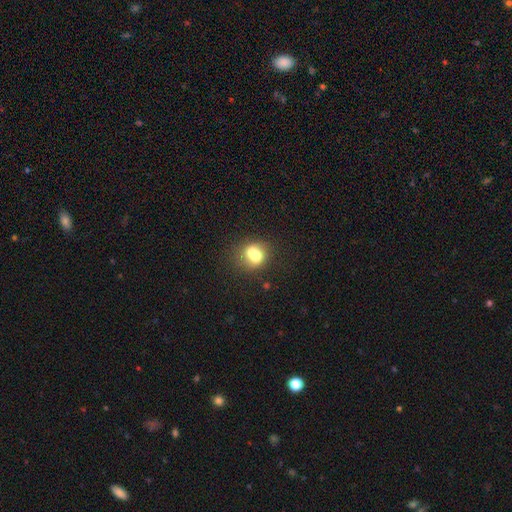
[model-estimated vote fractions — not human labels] Smooth or featured: smooth — 66% (featured or disk — 24%)
How rounded: round — 63% (in between — 35%)
Merging: merger — 48% (none — 36%)